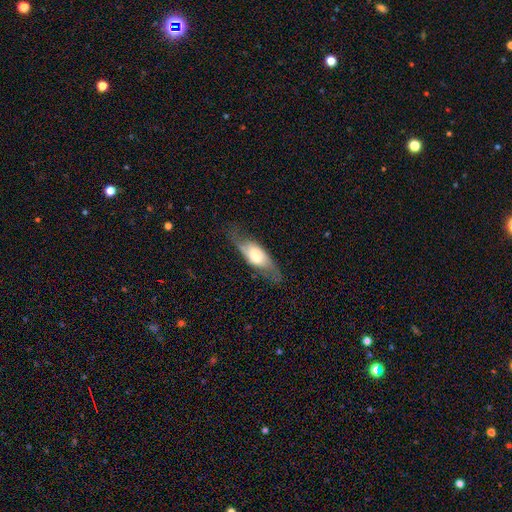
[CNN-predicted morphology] This appears to be a featured or disk galaxy (56%). Merging: none (68%).